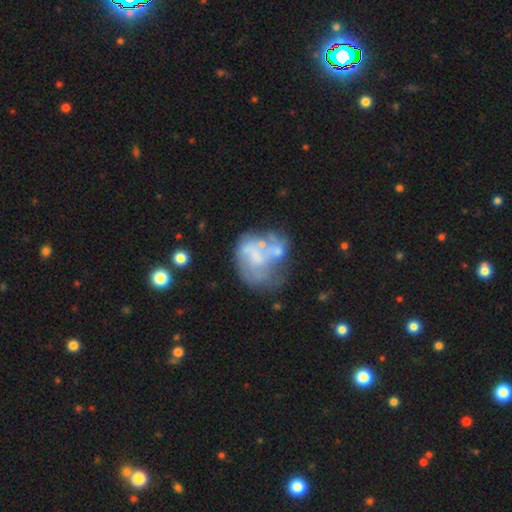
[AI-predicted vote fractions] This is possibly a featured or disk galaxy (56%). It is clearly not viewed edge-on (98%). Bar: likely no (77%). Spiral arm pattern: likely no (75%). Central bulge: possibly none (55%). Merging: marginally major disturbance (31%).